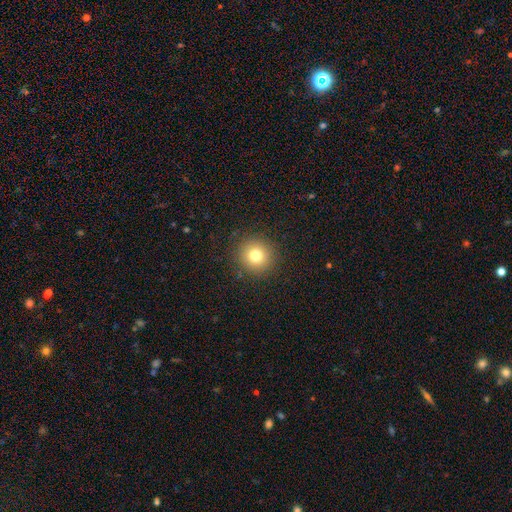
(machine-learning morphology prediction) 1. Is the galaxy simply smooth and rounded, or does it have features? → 78% smooth, 13% star or artifact, 9% featured or disk.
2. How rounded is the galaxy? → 93% round, 6% in between, 1% cigar-shaped.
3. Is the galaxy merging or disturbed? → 90% none, 6% minor disturbance, 3% major disturbance, 1% merger.